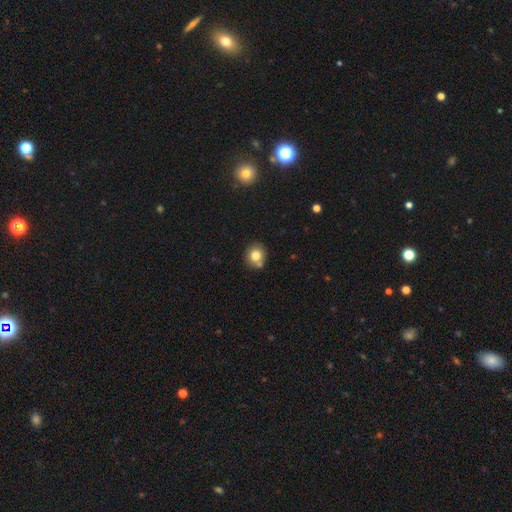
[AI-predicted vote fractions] A smooth galaxy with no disk features (78%) that is round (83%). Merging: none (70%).